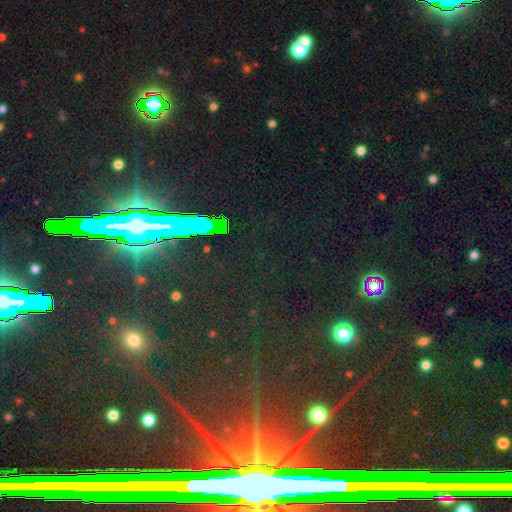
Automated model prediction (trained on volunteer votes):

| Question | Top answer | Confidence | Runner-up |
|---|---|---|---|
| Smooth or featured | star or artifact | 80% | smooth (11%) |